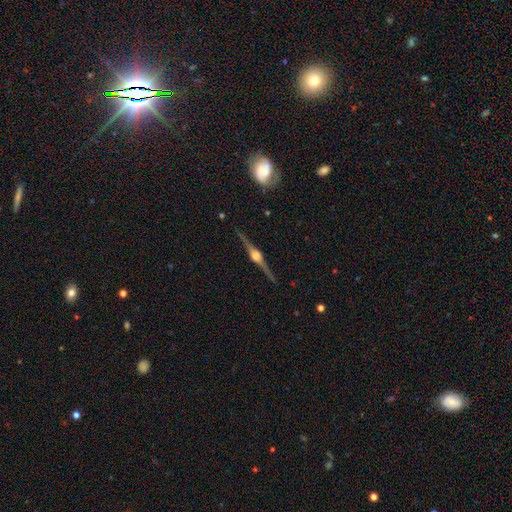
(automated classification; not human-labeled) Smooth or featured?
  - featured or disk: 89% *
  - star or artifact: 6%
  - smooth: 5%
Edge-on disk?
  - yes: 98% *
  - no: 2%
Edge-on bulge?
  - rounded: 92% *
  - boxy: 6%
  - none: 2%
Merging?
  - none: 91% *
  - minor disturbance: 7%
  - major disturbance: 2%
  - merger: 1%